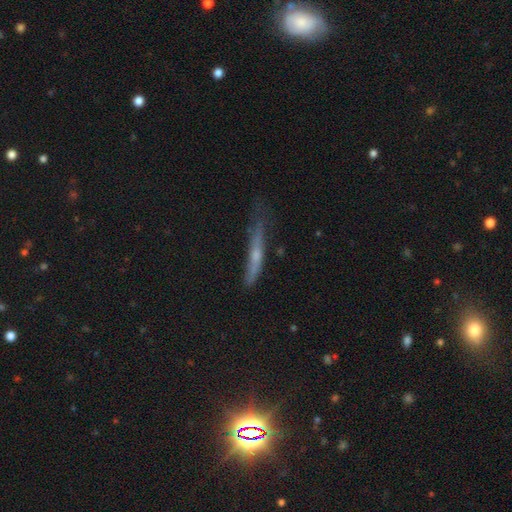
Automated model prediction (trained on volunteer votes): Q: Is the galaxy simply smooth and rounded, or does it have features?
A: featured or disk — 50%.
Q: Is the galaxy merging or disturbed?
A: none — 60%.